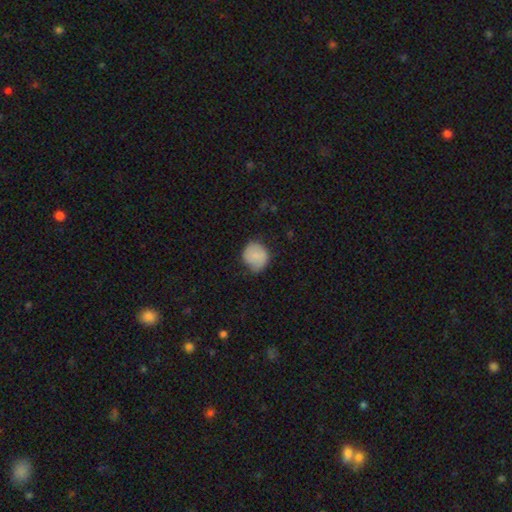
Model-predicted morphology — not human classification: Smooth or featured: smooth — 80% (featured or disk — 12%)
How rounded: round — 78% (in between — 21%)
Merging: none — 58% (minor disturbance — 34%)